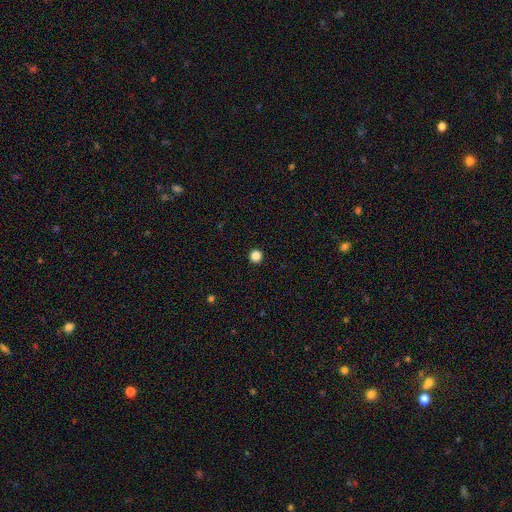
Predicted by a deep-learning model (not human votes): A smooth galaxy with no disk features (85%) that is round (95%).

Vote fractions:
- Smooth or featured? smooth: 85% / star or artifact: 12% / featured or disk: 3%
- How rounded? round: 95% / in between: 4% / cigar-shaped: 1%
- Merging? none: 94% / minor disturbance: 4% / major disturbance: 1% / merger: 1%